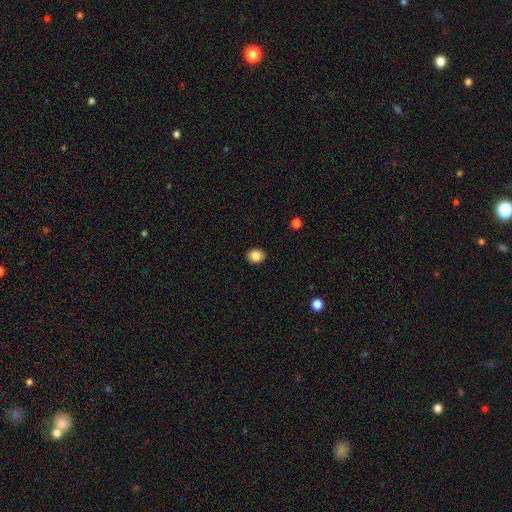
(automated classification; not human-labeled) Smooth or featured?
  - smooth: 86% *
  - star or artifact: 9%
  - featured or disk: 5%
How rounded?
  - round: 53% *
  - in between: 46%
  - cigar-shaped: 1%
Merging?
  - none: 91% *
  - minor disturbance: 7%
  - major disturbance: 2%
  - merger: 1%